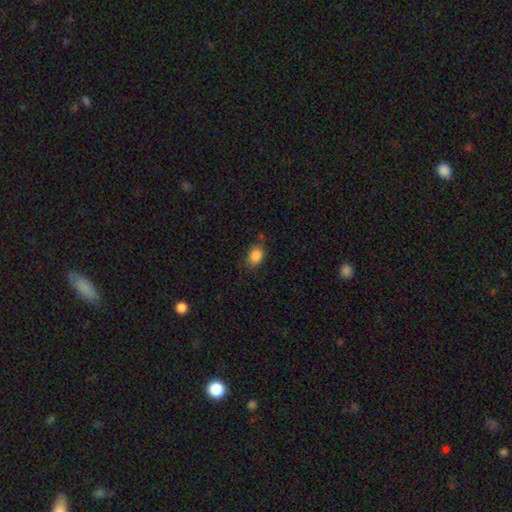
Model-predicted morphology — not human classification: Overall: smooth (86%). How rounded: in between (69%; round 30%). Merging: none (75%).